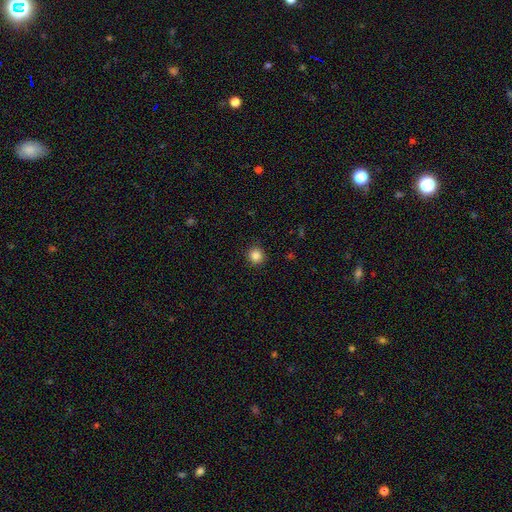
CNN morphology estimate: This is clearly a smooth galaxy (85%). How rounded: clearly round (95%). Merging: clearly none (92%).